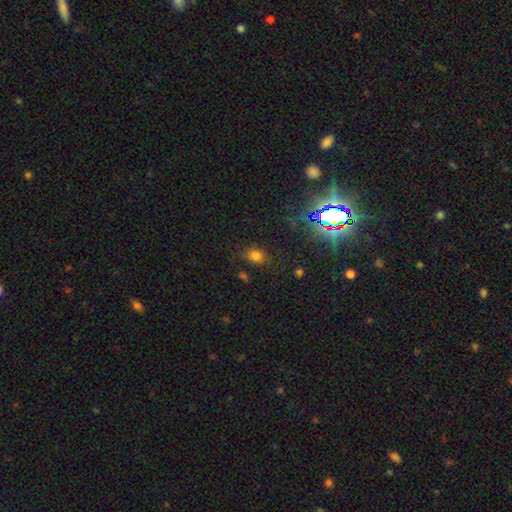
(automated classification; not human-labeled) Smooth or featured?
  - smooth: 72% *
  - star or artifact: 21%
  - featured or disk: 7%
How rounded?
  - in between: 63% *
  - round: 35%
  - cigar-shaped: 2%
Merging?
  - none: 78% *
  - minor disturbance: 15%
  - major disturbance: 5%
  - merger: 3%